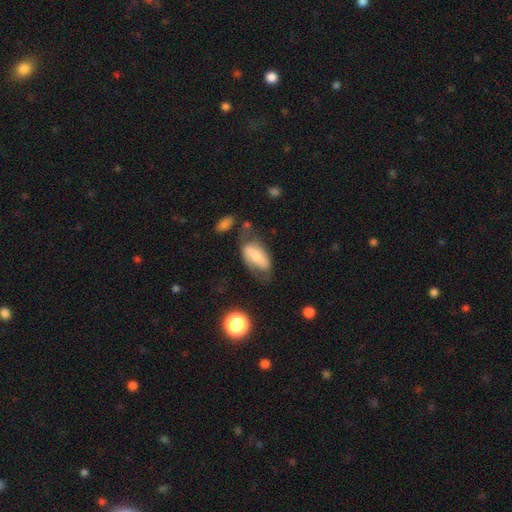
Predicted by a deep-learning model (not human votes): smooth-or-featured: smooth: 53% | featured or disk: 39% | star or artifact: 8%
  how-rounded: in between: 87% | cigar-shaped: 9% | round: 4%
  merging: none: 43% | minor disturbance: 27% | major disturbance: 22% | merger: 7%